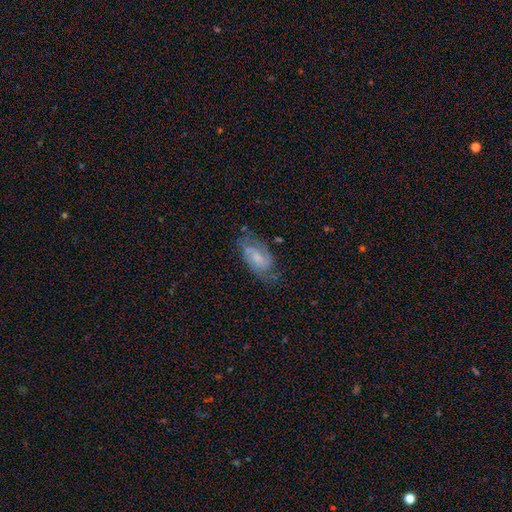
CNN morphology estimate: A featured or disk galaxy (71%) with a weak bar (49%), 2 (77%) medium (48%) spiral arms (93%) and a small central bulge (43%).

Vote fractions:
- Smooth or featured? featured or disk: 71% / smooth: 20% / star or artifact: 9%
- Edge-on disk? no: 95% / yes: 5%
- Bar? weak: 49% / no: 39% / strong: 12%
- Spiral arms? yes: 93% / no: 7%
- Spiral winding? medium: 48% / tight: 35% / loose: 17%
- Spiral arm count? 2: 77% / can't tell: 13% / 3: 4% / 1: 3% / 4: 1% / more than 4: 1%
- Bulge size? small: 43% / moderate: 30% / none: 21% / large: 5% / dominant: 1%
- Merging? none: 69% / minor disturbance: 20% / major disturbance: 9% / merger: 2%